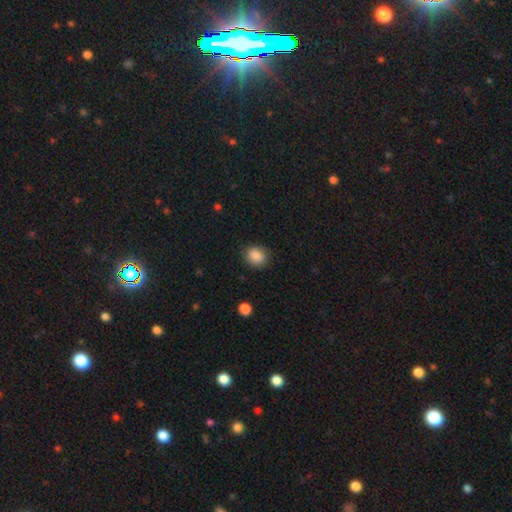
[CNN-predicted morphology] Q: Smooth or featured?
A: smooth (88%); runner-up: star or artifact (9%)
Q: How rounded?
A: round (61%); runner-up: in between (38%)
Q: Merging?
A: none (86%); runner-up: minor disturbance (10%)